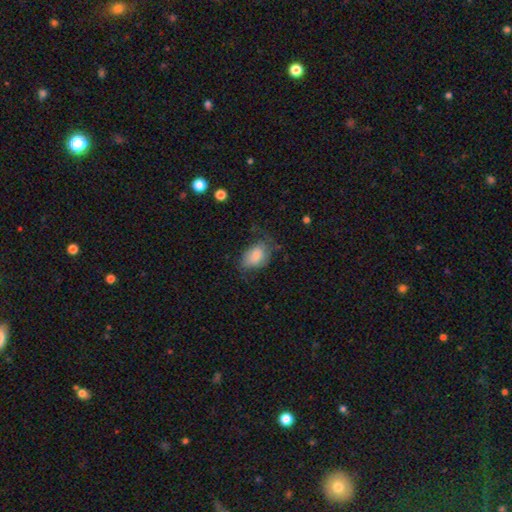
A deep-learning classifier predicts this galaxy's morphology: The model was most divided on "merging": none: 44%, minor disturbance: 31%, major disturbance: 23%, merger: 2%. More confident: how rounded — in between (85%); smooth or featured — smooth (72%).